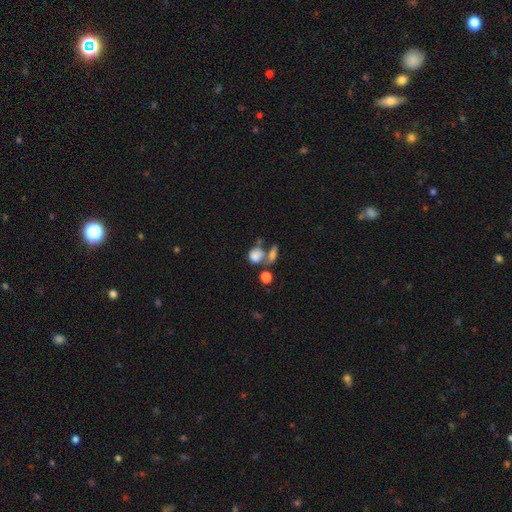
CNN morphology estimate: smooth-or-featured: smooth: 78% | featured or disk: 11% | star or artifact: 10%
  how-rounded: round: 68% | in between: 29% | cigar-shaped: 2%
  merging: merger: 41% | none: 37% | minor disturbance: 12% | major disturbance: 9%